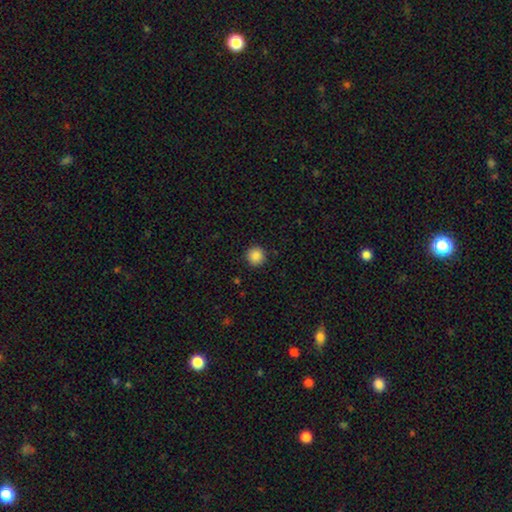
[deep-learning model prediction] Smooth or featured? smooth (86%)
How rounded? round (95%)
Merging? none (92%)